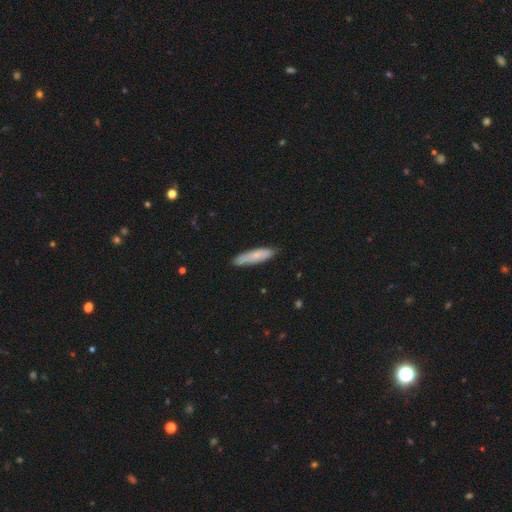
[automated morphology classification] Q: Smooth or featured?
A: smooth (73%); runner-up: featured or disk (21%)
Q: How rounded?
A: cigar-shaped (77%); runner-up: in between (21%)
Q: Merging?
A: none (84%); runner-up: minor disturbance (13%)